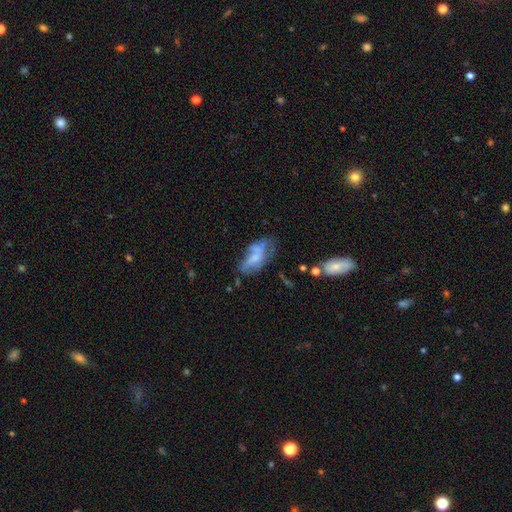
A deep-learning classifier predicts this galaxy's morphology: This appears to be a featured or disk galaxy (46%). Merging: none (31%).